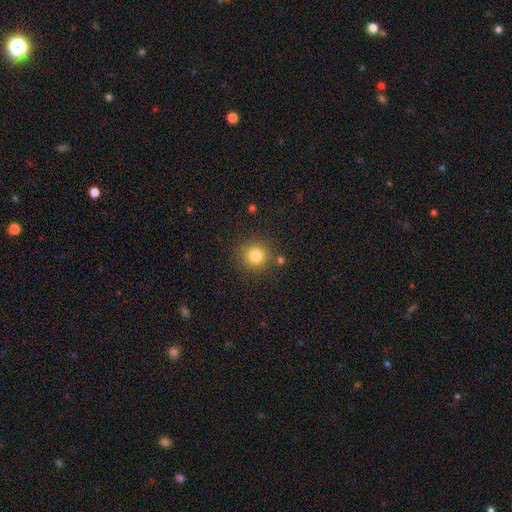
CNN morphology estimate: A smooth galaxy with no disk features (80%) that is round (92%). Merging: none (85%).